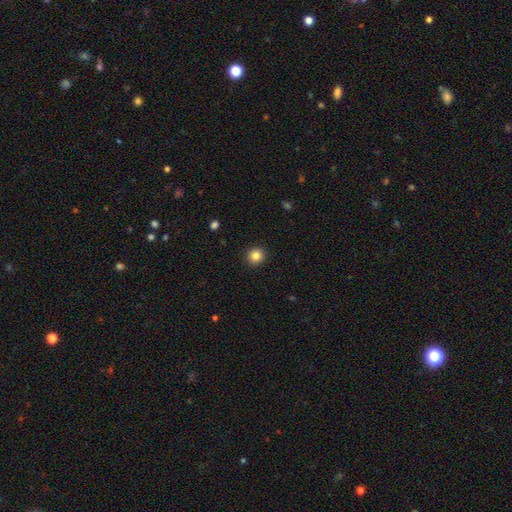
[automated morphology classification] Overall: smooth (84%). How rounded: round (91%). Merging: none (92%).